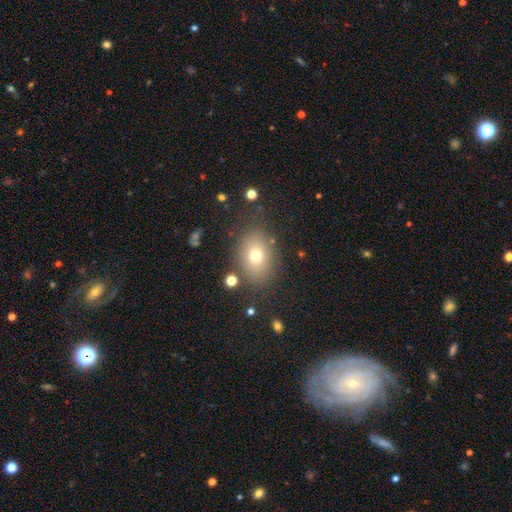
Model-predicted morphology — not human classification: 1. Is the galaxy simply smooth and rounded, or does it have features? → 72% smooth, 15% featured or disk, 13% star or artifact.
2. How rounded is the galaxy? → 70% in between, 29% round, 1% cigar-shaped.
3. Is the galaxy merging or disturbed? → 81% none, 12% minor disturbance, 5% major disturbance, 3% merger.